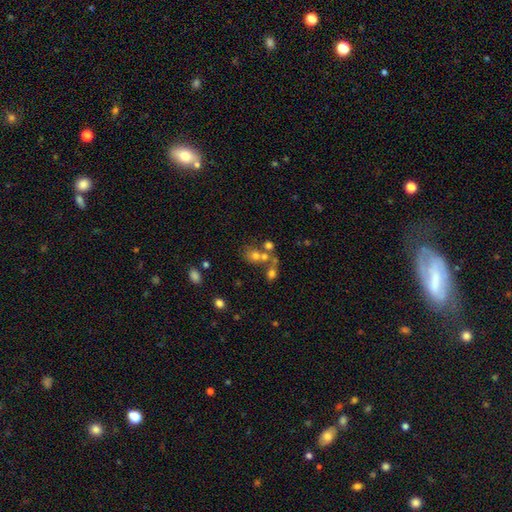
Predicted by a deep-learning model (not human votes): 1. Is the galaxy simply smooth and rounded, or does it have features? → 62% smooth, 20% featured or disk, 18% star or artifact.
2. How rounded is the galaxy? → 65% round, 34% in between, 1% cigar-shaped.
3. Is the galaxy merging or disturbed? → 46% merger, 36% none, 10% minor disturbance, 8% major disturbance.